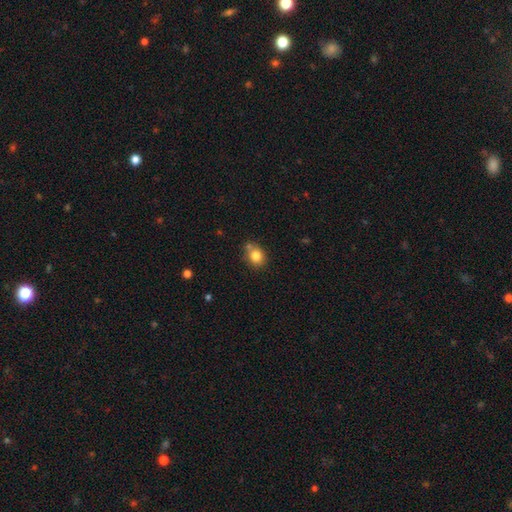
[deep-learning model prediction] smooth 81%, star or artifact 10%, featured or disk 9%. Down the decision tree: how rounded — round (59%); merging — none (66%).